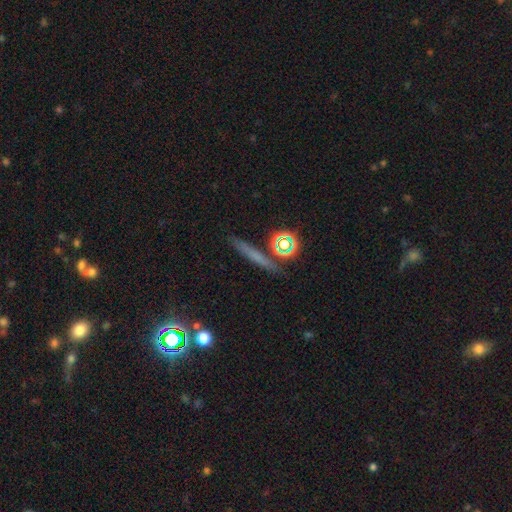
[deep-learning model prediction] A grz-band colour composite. It shows a smooth galaxy with no disk features (51%) that is cigar-shaped (77%). Merging: none (84%).